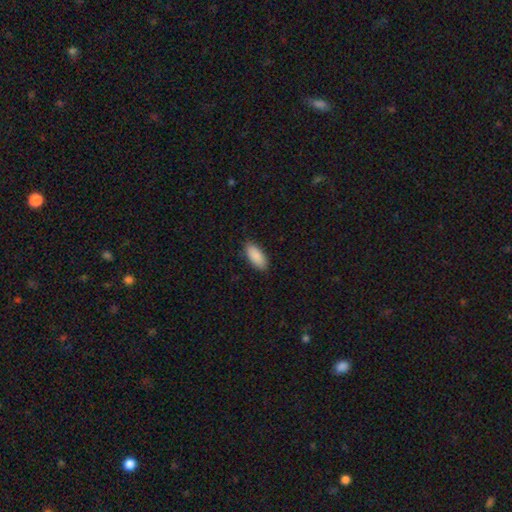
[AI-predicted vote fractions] smooth_or_featured: smooth (p=0.90) [alt: star or artifact p=0.06]
how_rounded: in between (p=0.89) [alt: cigar-shaped p=0.10]
merging: none (p=0.86) [alt: minor disturbance p=0.11]